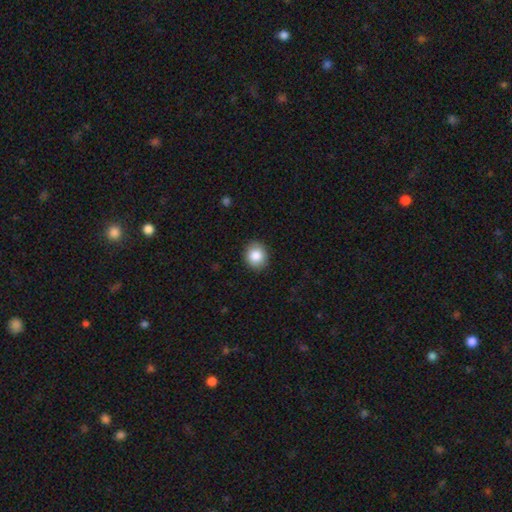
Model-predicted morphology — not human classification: The model was most divided on "how rounded": round: 76%, in between: 23%, cigar-shaped: 1%. More confident: merging — none (90%); smooth or featured — smooth (86%).